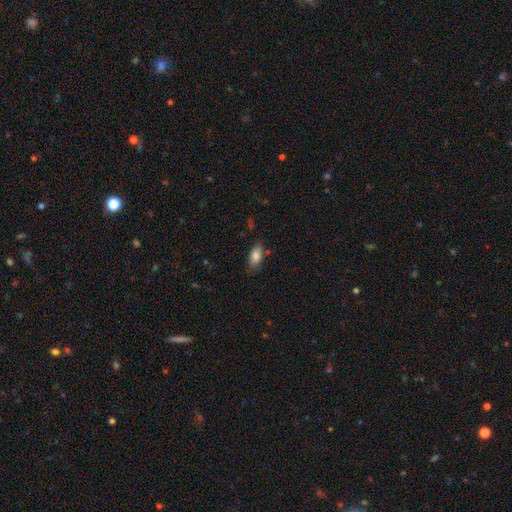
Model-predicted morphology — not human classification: smooth 81%, featured or disk 12%, star or artifact 8%. Down the decision tree: how rounded — in between (87%); merging — none (74%).